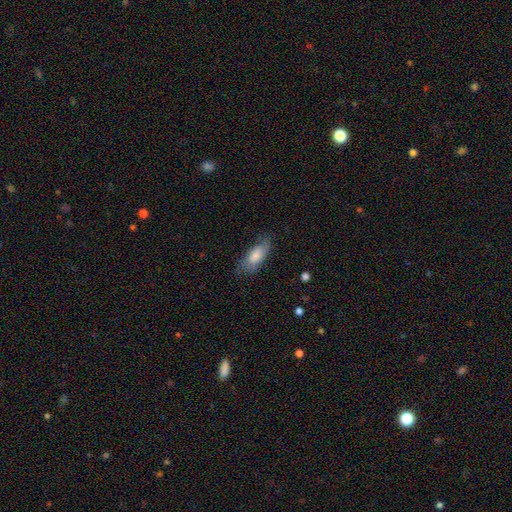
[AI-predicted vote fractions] smooth_or_featured: smooth (p=0.75) [alt: featured or disk p=0.19]
how_rounded: in between (p=0.82) [alt: cigar-shaped p=0.15]
merging: none (p=0.64) [alt: minor disturbance p=0.26]